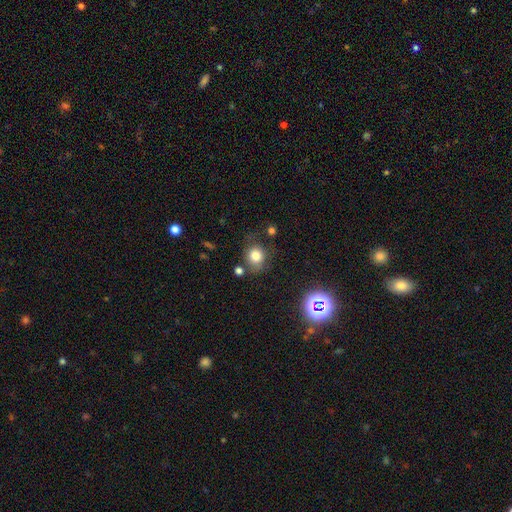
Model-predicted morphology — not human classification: smooth-or-featured: smooth: 78% | star or artifact: 13% | featured or disk: 9%
  how-rounded: round: 76% | in between: 23% | cigar-shaped: 1%
  merging: none: 69% | minor disturbance: 18% | major disturbance: 7% | merger: 6%